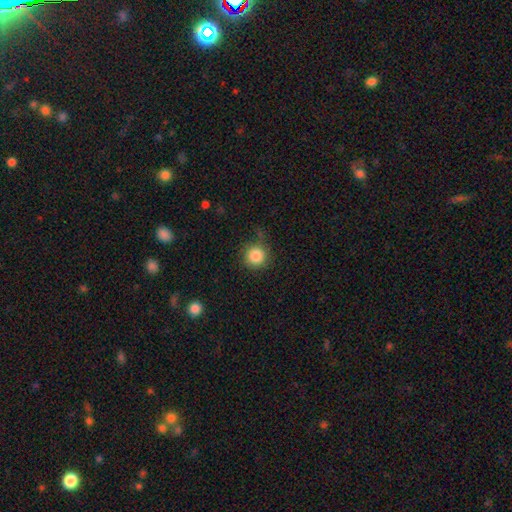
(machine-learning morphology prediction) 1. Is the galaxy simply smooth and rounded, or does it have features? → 86% smooth, 10% star or artifact, 5% featured or disk.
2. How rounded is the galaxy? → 94% round, 5% in between, 1% cigar-shaped.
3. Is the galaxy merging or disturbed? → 77% none, 16% minor disturbance, 5% major disturbance, 2% merger.